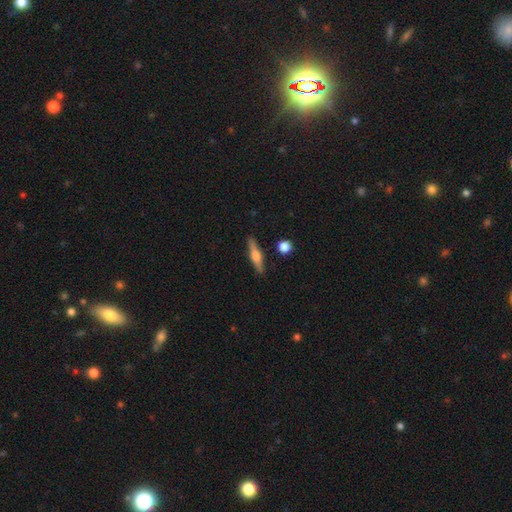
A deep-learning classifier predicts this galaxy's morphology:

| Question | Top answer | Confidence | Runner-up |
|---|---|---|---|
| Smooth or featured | featured or disk | 59% | smooth (35%) |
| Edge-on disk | yes | 96% | no (4%) |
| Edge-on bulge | rounded | 90% | boxy (7%) |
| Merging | none | 88% | minor disturbance (8%) |